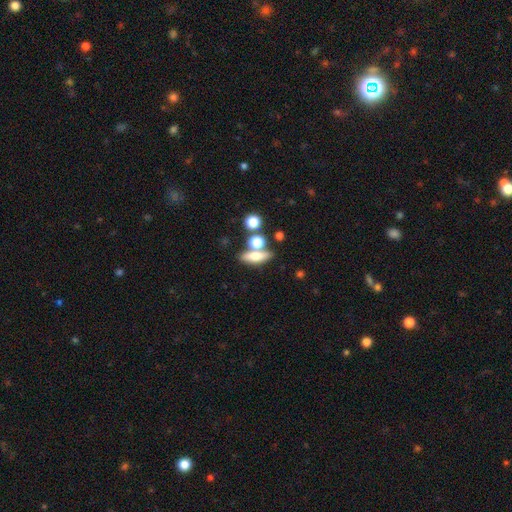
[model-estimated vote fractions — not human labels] smooth-or-featured: smooth: 65% | featured or disk: 24% | star or artifact: 11%
  how-rounded: in between: 50% | cigar-shaped: 33% | round: 17%
  merging: none: 56% | merger: 28% | minor disturbance: 11% | major disturbance: 5%